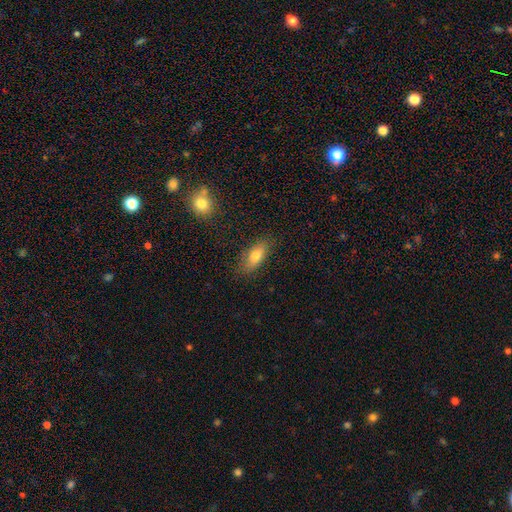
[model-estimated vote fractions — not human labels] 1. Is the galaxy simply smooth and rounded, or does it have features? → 74% smooth, 19% featured or disk, 8% star or artifact.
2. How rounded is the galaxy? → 74% in between, 23% cigar-shaped, 3% round.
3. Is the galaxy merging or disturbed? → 82% none, 13% minor disturbance, 3% major disturbance, 2% merger.